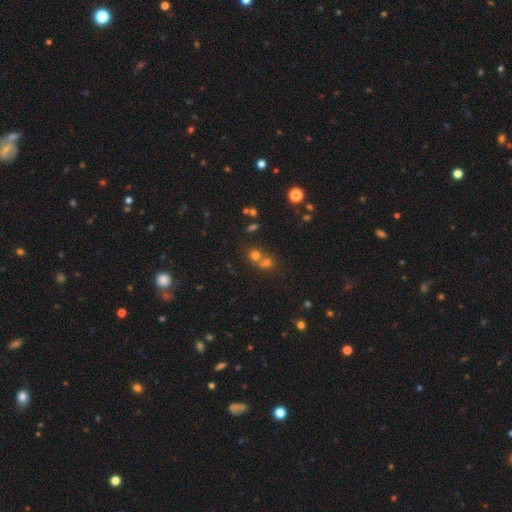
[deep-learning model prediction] The model was most divided on "merging": merger: 48%, none: 44%, minor disturbance: 5%, major disturbance: 3%. More confident: how rounded — round (83%); smooth or featured — smooth (63%).